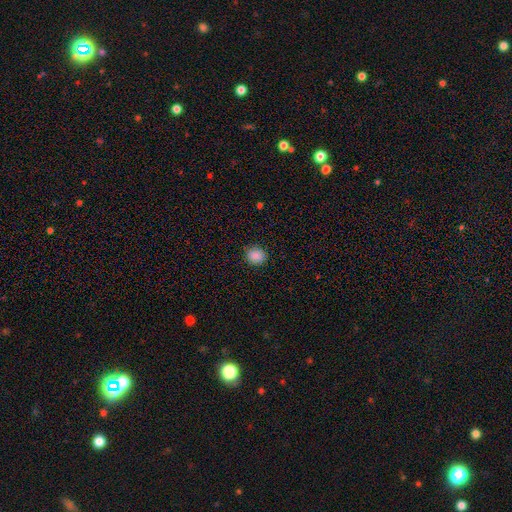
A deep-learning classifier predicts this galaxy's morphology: Smooth or featured? smooth (88%)
How rounded? round (77%)
Merging? none (88%)